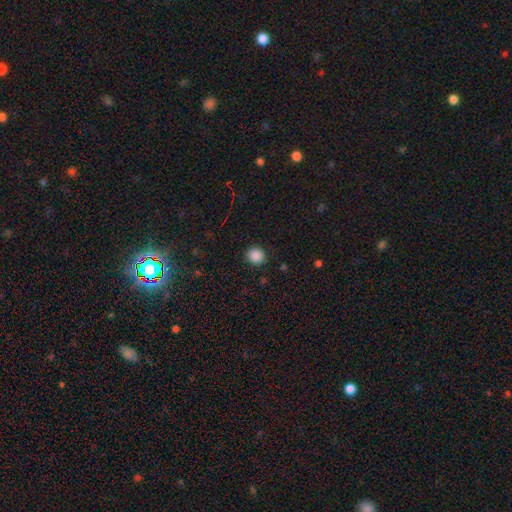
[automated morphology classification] Smooth or featured? Predicted: smooth (p=0.87). How rounded? Predicted: round (p=0.82). Merging? Predicted: none (p=0.88).